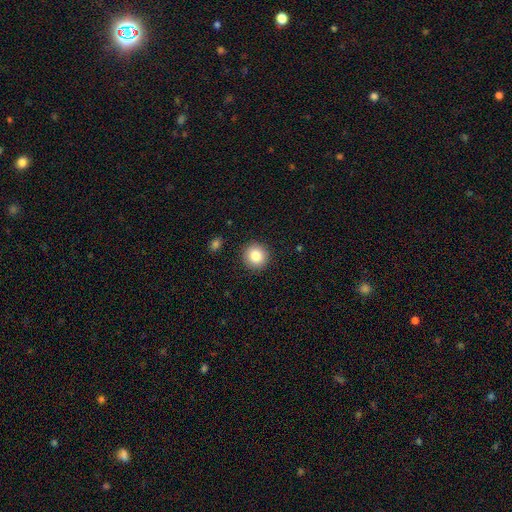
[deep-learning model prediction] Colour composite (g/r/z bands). It shows a smooth galaxy with no disk features (83%) that is round (94%). Merging: none (91%).